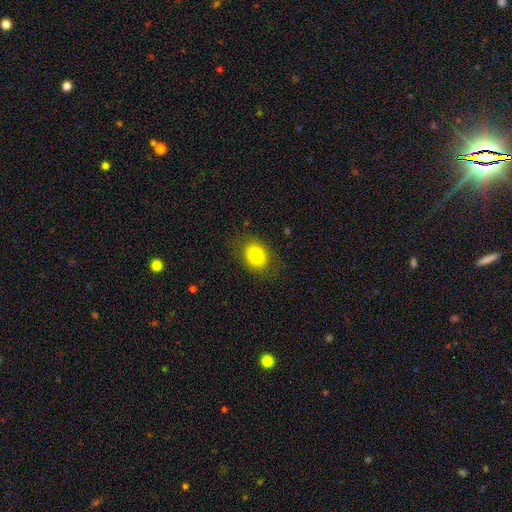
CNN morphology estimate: smooth_or_featured: smooth (p=0.79) [alt: featured or disk p=0.11]
how_rounded: in between (p=0.53) [alt: round p=0.46]
merging: none (p=0.82) [alt: minor disturbance p=0.12]